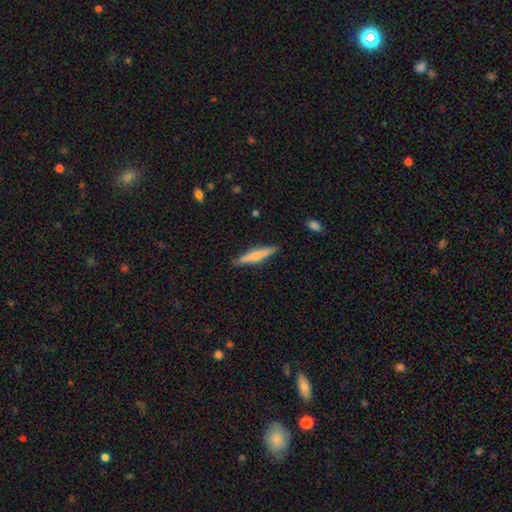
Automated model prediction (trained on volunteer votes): smooth-or-featured: smooth: 59% | featured or disk: 35% | star or artifact: 6%
  how-rounded: cigar-shaped: 91% | in between: 7% | round: 2%
  merging: none: 89% | minor disturbance: 8% | major disturbance: 2% | merger: 1%